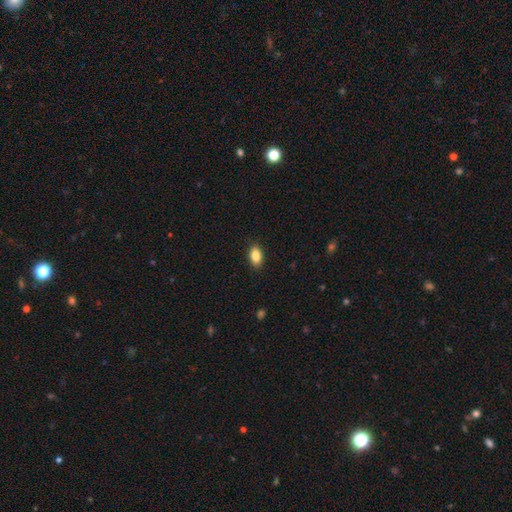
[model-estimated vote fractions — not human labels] Smooth or featured? Predicted: smooth (p=0.87). How rounded? Predicted: in between (p=0.90). Merging? Predicted: none (p=0.89).